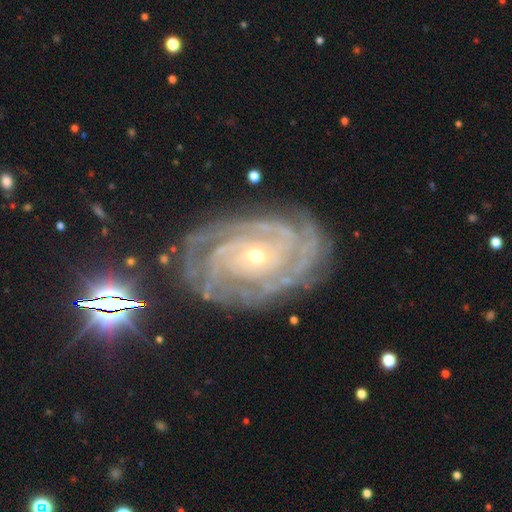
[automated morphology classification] Smooth or featured? Predicted: featured or disk (p=0.89). Edge-on disk? Predicted: no (p=0.96). Bar? Predicted: no (p=0.72). Spiral arms? Predicted: yes (p=0.98). Spiral winding? Predicted: tight (p=0.83). Spiral arm count? Predicted: 4 (p=0.24). Bulge size? Predicted: small (p=0.71). Merging? Predicted: none (p=0.79).